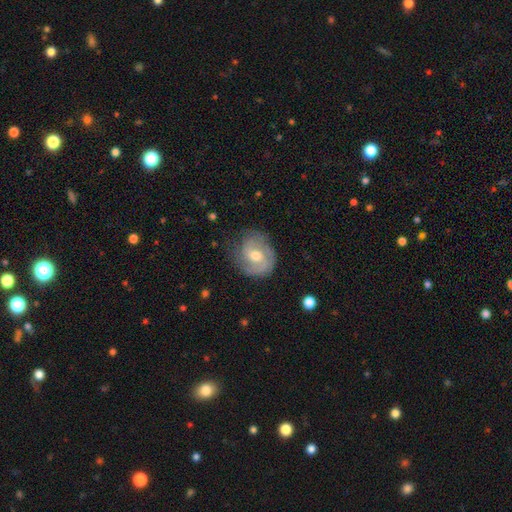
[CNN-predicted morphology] smooth_or_featured: featured or disk (p=0.75) [alt: smooth p=0.19]
disk_edge_on: no (p=0.97) [alt: yes p=0.03]
bar: no (p=0.46) [alt: weak p=0.45]
has_spiral_arms: yes (p=0.91) [alt: no p=0.09]
spiral_winding: tight (p=0.46) [alt: medium p=0.40]
spiral_arm_count: 2 (p=0.56) [alt: can't tell p=0.19]
bulge_size: moderate (p=0.71) [alt: small p=0.22]
merging: none (p=0.69) [alt: minor disturbance p=0.21]